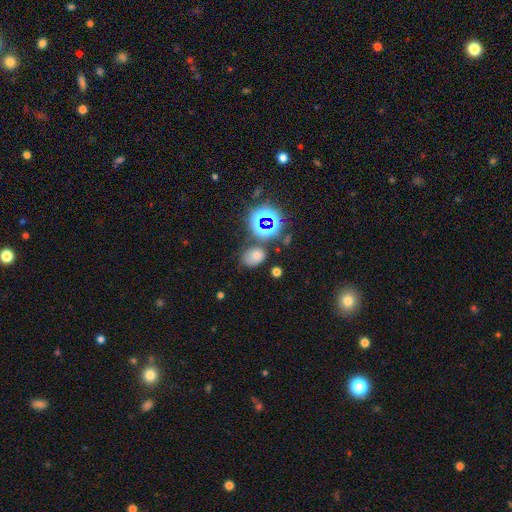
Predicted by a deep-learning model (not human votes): This is likely a smooth galaxy (64%). How rounded: likely in between (69%). Merging: likely none (65%).